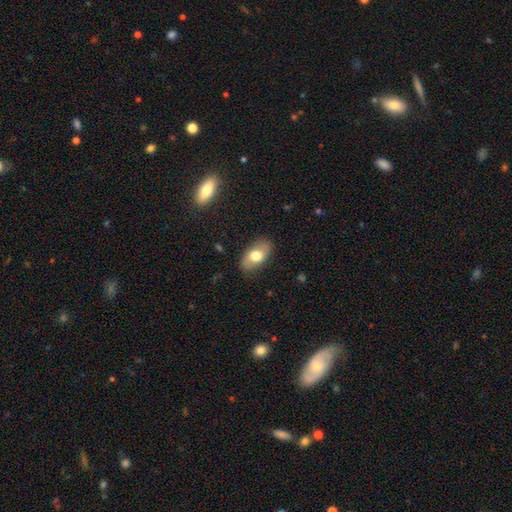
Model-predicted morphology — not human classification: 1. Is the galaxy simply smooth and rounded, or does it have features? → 68% smooth, 25% featured or disk, 7% star or artifact.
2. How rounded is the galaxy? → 91% in between, 6% round, 2% cigar-shaped.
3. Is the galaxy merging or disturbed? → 83% none, 13% minor disturbance, 3% major disturbance, 1% merger.